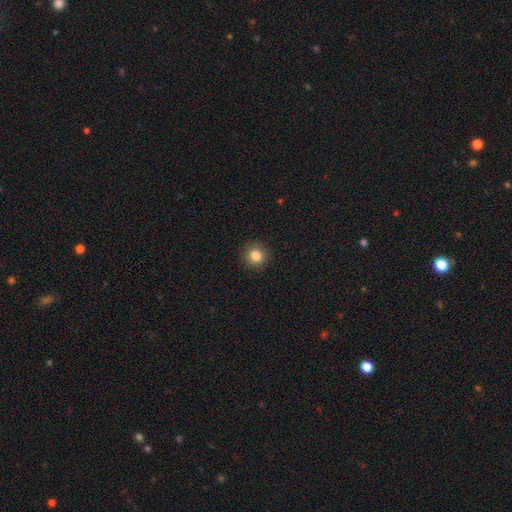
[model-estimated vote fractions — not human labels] Q: Smooth or featured?
A: smooth (84%); runner-up: star or artifact (10%)
Q: How rounded?
A: round (91%); runner-up: in between (8%)
Q: Merging?
A: none (90%); runner-up: minor disturbance (7%)